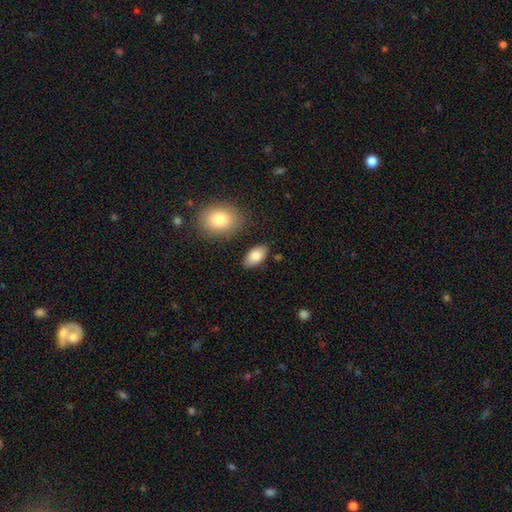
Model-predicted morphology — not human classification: The model was most divided on "merging": none: 83%, minor disturbance: 11%, merger: 3%, major disturbance: 3%. More confident: how rounded — in between (94%); smooth or featured — smooth (85%).